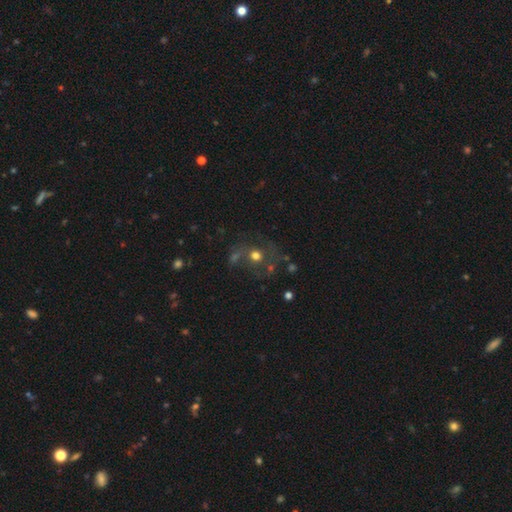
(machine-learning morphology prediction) Smooth or featured? Predicted: smooth (p=0.48). Merging? Predicted: none (p=0.54).